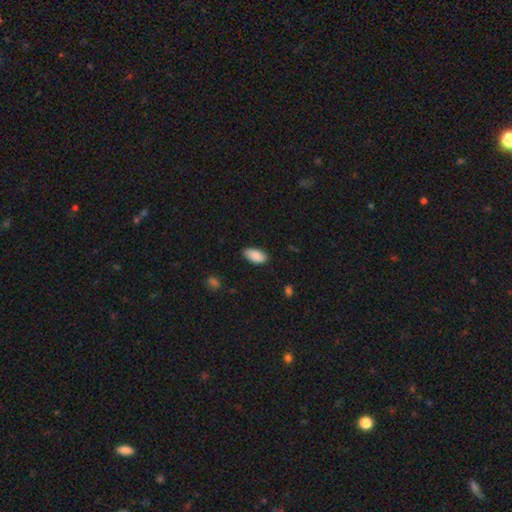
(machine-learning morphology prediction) A smooth galaxy with no disk features (89%) that is in between round and cigar-shaped (94%). Merging: none (77%).